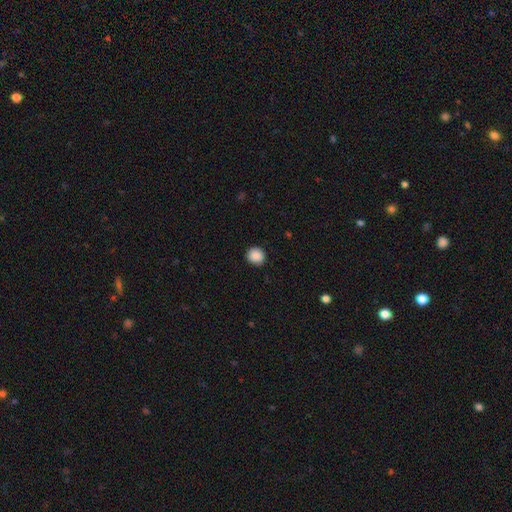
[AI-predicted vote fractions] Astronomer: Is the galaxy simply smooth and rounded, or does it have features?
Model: smooth — 89%.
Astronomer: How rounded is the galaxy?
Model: round — 87%.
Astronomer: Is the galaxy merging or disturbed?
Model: none — 90%.